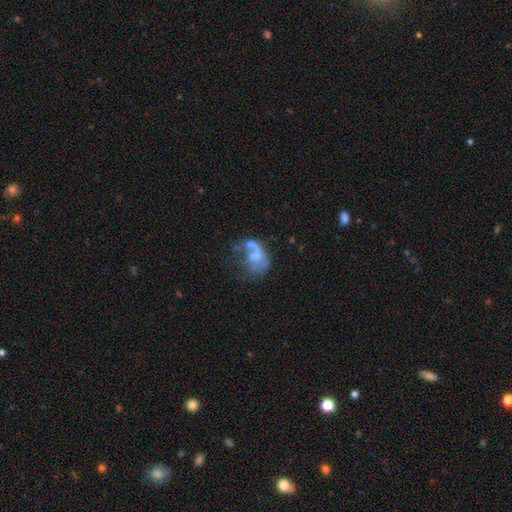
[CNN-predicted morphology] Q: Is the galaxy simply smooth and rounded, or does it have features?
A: featured or disk — 58%.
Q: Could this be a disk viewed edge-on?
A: no — 98%.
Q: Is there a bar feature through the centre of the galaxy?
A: no — 74%.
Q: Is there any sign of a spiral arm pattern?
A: no — 50%, tied with yes.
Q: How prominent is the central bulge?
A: none — 46%.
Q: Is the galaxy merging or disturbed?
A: major disturbance — 43%.